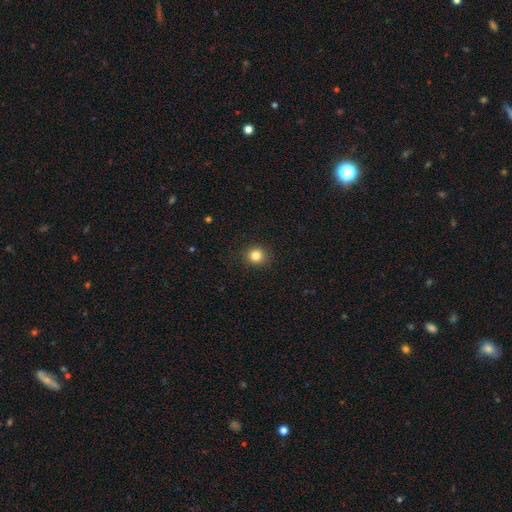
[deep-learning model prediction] smooth-or-featured: smooth: 82% | star or artifact: 12% | featured or disk: 6%
  how-rounded: round: 89% | in between: 10% | cigar-shaped: 1%
  merging: none: 91% | minor disturbance: 6% | major disturbance: 2% | merger: 1%